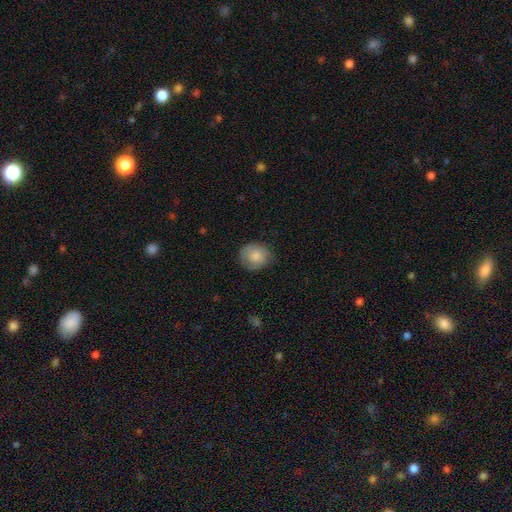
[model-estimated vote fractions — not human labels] A smooth galaxy with no disk features (78%) that is round (79%). Merging: none (73%).